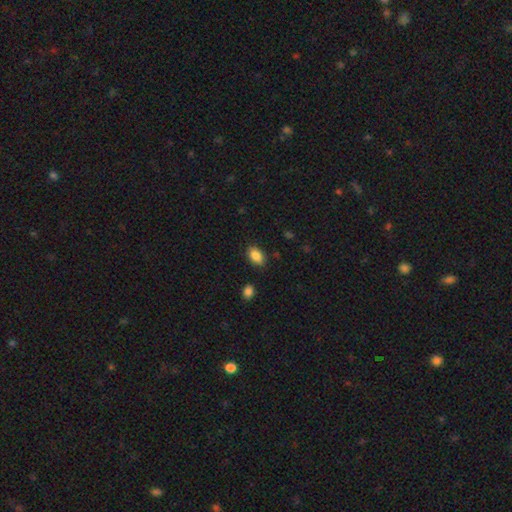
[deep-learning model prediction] This appears to be a smooth galaxy with no disk features (87%) that is in between round and cigar-shaped (89%). Merging: none (85%).